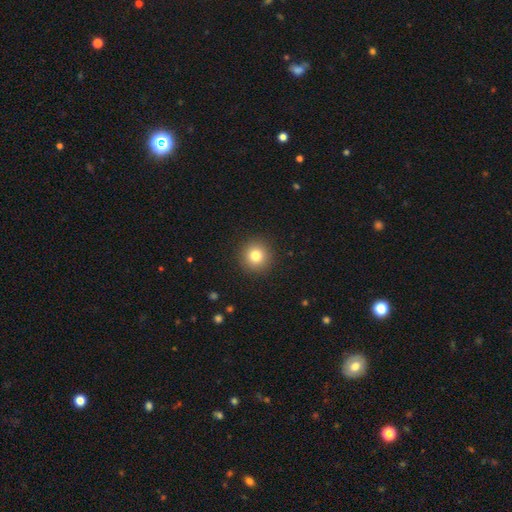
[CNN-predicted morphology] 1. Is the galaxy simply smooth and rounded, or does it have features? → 81% smooth, 11% star or artifact, 8% featured or disk.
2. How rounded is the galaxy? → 94% round, 5% in between, 1% cigar-shaped.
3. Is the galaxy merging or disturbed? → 92% none, 5% minor disturbance, 2% major disturbance, 1% merger.